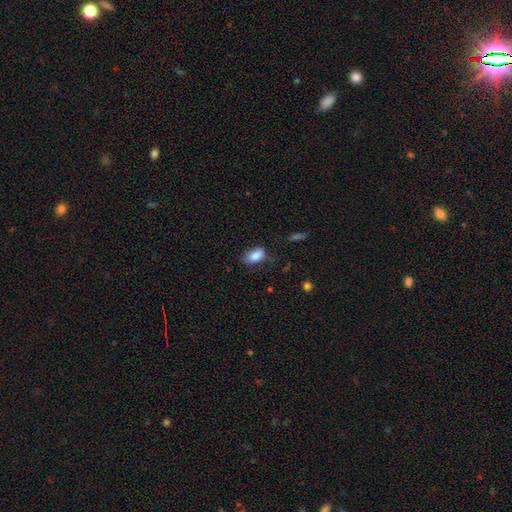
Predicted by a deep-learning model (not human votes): A smooth galaxy with no disk features (84%) that is in between round and cigar-shaped (90%). Merging: none (58%).